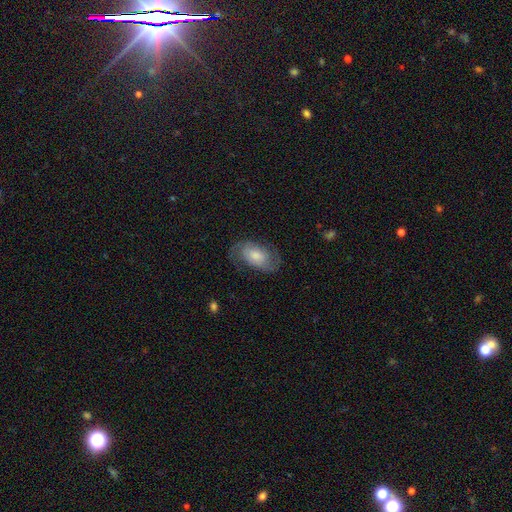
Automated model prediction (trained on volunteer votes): featured or disk 57%, smooth 35%, star or artifact 7%. Down the decision tree: edge-on disk — no (95%); bar — no (65%); spiral arms — yes (86%); bulge size — moderate (43%); merging — none (67%).